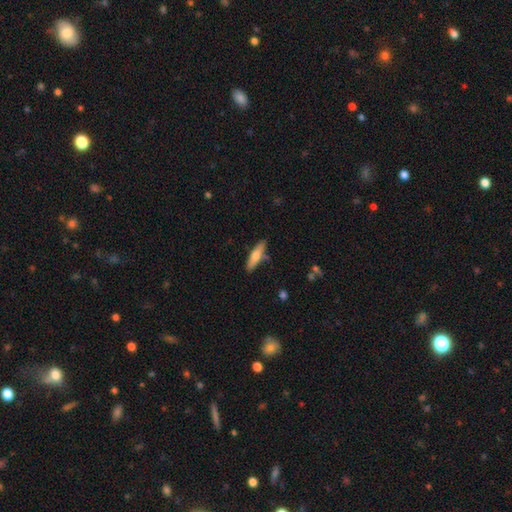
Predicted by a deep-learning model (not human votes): A smooth galaxy with no disk features (63%) that is cigar-shaped (70%). Merging: none (79%).